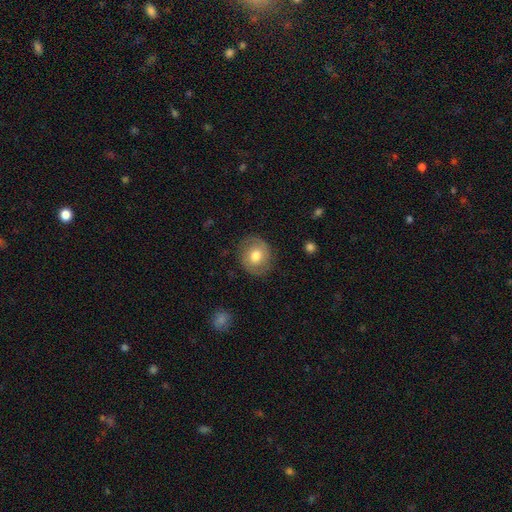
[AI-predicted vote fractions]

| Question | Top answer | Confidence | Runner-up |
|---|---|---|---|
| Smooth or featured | smooth | 59% | featured or disk (33%) |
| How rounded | round | 75% | in between (24%) |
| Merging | none | 82% | minor disturbance (13%) |